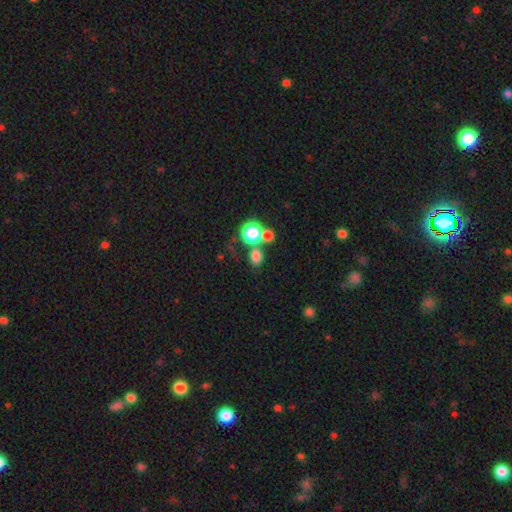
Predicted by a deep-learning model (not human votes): Smooth or featured: smooth — 74% (star or artifact — 18%)
How rounded: round — 63% (in between — 36%)
Merging: none — 55% (merger — 29%)